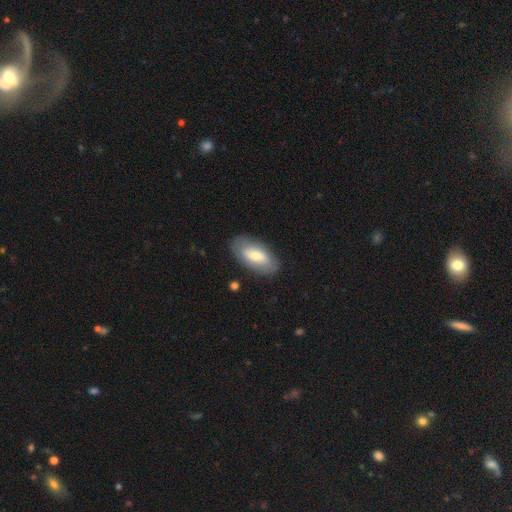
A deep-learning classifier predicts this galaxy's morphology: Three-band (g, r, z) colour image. It shows a smooth galaxy with no disk features (60%) that is in between round and cigar-shaped (91%). Merging: none (83%).